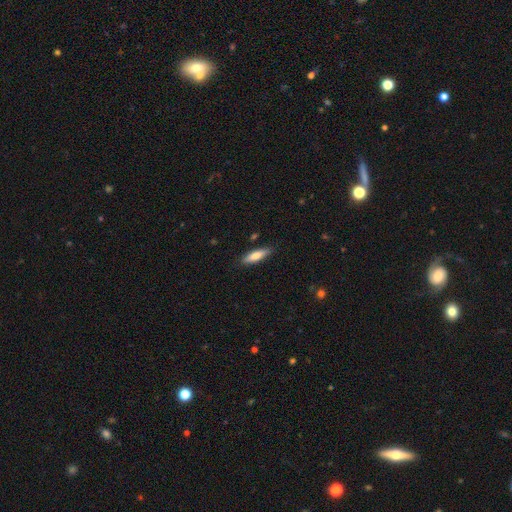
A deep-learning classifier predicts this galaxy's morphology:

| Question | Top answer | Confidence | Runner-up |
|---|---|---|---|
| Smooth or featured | smooth | 73% | featured or disk (21%) |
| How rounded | cigar-shaped | 64% | in between (34%) |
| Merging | none | 86% | minor disturbance (11%) |